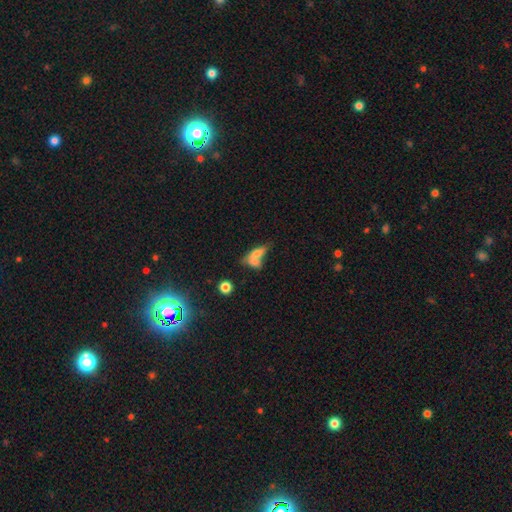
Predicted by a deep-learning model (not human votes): A smooth galaxy with no disk features (65%) that is in between round and cigar-shaped (66%). Merging: merger (54%).